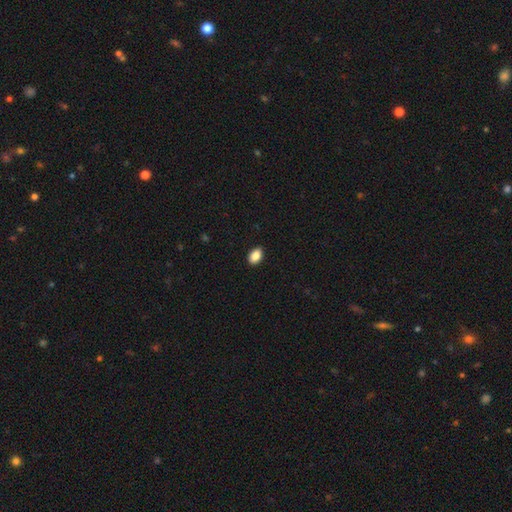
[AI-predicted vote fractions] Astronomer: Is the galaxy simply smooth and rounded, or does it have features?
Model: smooth — 88%.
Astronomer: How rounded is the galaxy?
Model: in between — 86%.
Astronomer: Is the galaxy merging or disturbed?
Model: none — 89%.